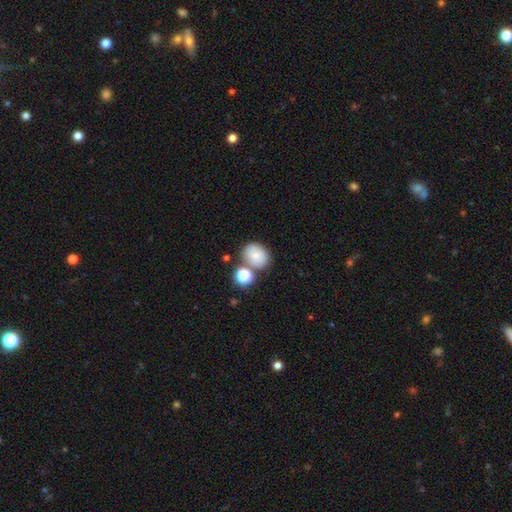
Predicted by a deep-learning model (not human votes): A smooth galaxy with no disk features (75%) that is round (59%). Merging: none (61%).